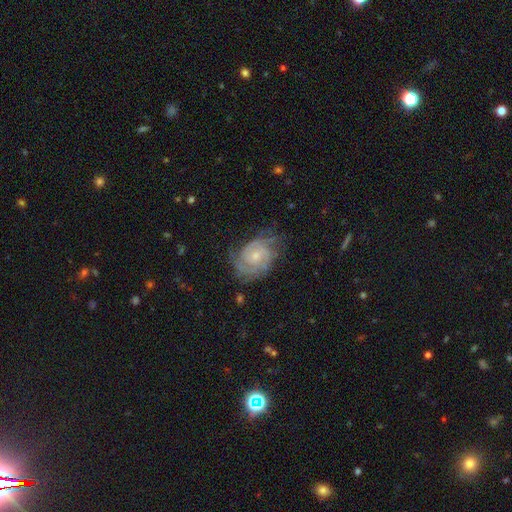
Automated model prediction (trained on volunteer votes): smooth_or_featured: featured or disk (p=0.87) [alt: smooth p=0.08]
disk_edge_on: no (p=0.98) [alt: yes p=0.02]
bar: no (p=0.69) [alt: weak p=0.27]
has_spiral_arms: yes (p=0.97) [alt: no p=0.03]
spiral_winding: tight (p=0.65) [alt: medium p=0.29]
spiral_arm_count: 2 (p=0.41) [alt: 3 p=0.25]
bulge_size: small (p=0.62) [alt: moderate p=0.33]
merging: none (p=0.68) [alt: minor disturbance p=0.22]